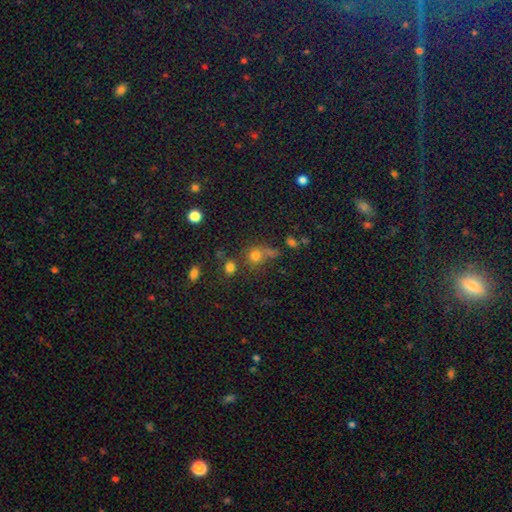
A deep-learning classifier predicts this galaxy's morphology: Smooth or featured?
  - smooth: 68% *
  - star or artifact: 21%
  - featured or disk: 11%
How rounded?
  - round: 83% *
  - in between: 16%
  - cigar-shaped: 1%
Merging?
  - none: 52% *
  - merger: 27%
  - minor disturbance: 12%
  - major disturbance: 10%